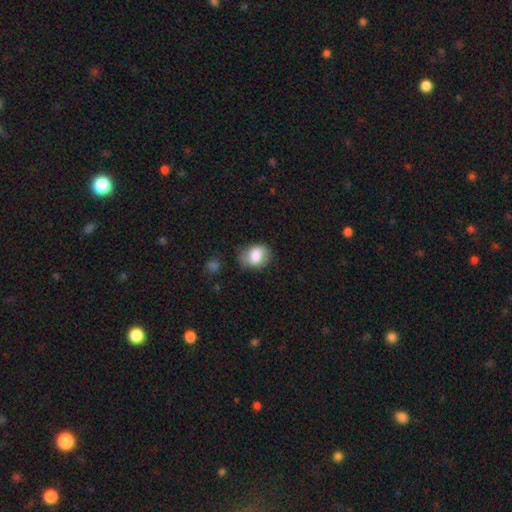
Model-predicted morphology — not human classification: Smooth or featured: smooth — 79% (featured or disk — 13%)
How rounded: in between — 64% (round — 35%)
Merging: none — 66% (minor disturbance — 24%)